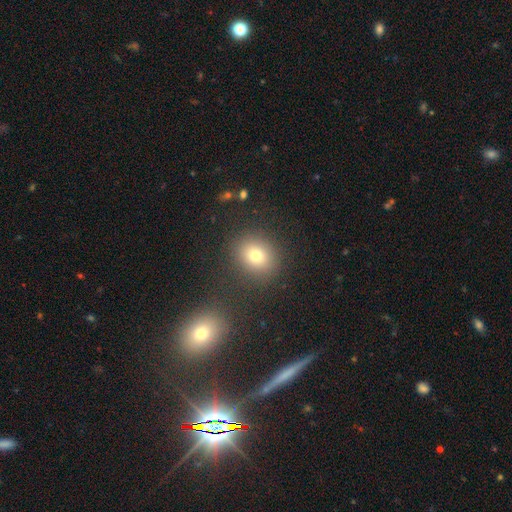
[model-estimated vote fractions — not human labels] smooth-or-featured: smooth: 74% | star or artifact: 16% | featured or disk: 11%
  how-rounded: round: 71% | in between: 28% | cigar-shaped: 1%
  merging: none: 85% | minor disturbance: 8% | major disturbance: 4% | merger: 3%